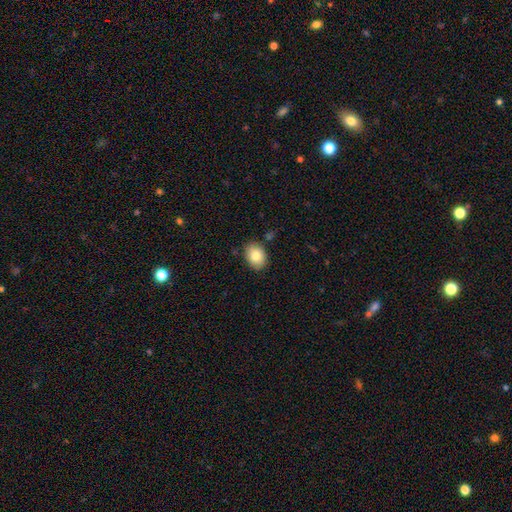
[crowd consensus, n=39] smooth-or-featured: smooth: 90% | featured or disk: 5% | star or artifact: 5%
  how-rounded: in between: 69% | round: 31% | cigar-shaped: 0%
  merging: none: 92% | minor disturbance: 5% | merger: 3% | major disturbance: 0%